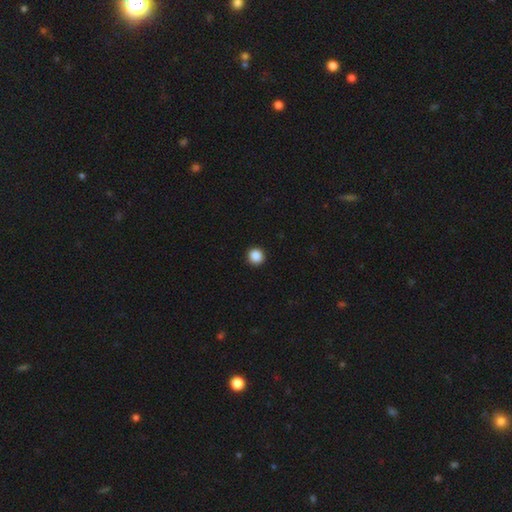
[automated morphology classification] smooth_or_featured: smooth (p=0.87) [alt: star or artifact p=0.10]
how_rounded: round (p=0.95) [alt: in between p=0.04]
merging: none (p=0.93) [alt: minor disturbance p=0.04]